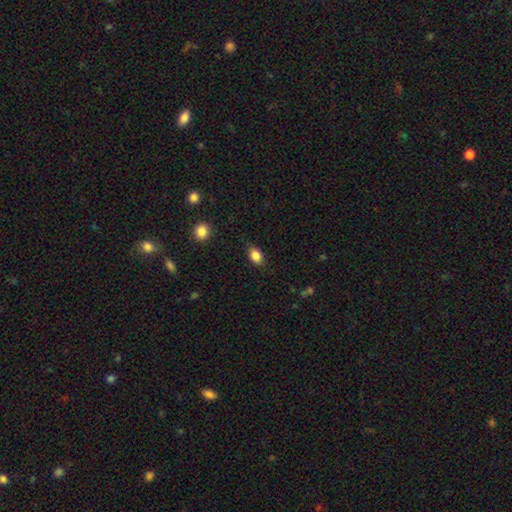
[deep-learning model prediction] Overall: smooth (85%). How rounded: in between (78%). Merging: none (82%).